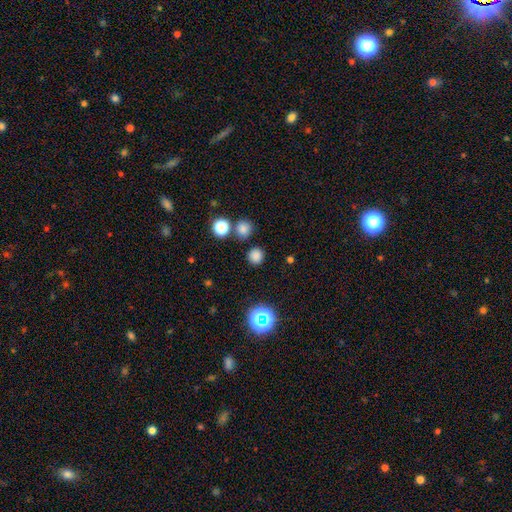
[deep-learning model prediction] This is likely a smooth galaxy (77%). How rounded: clearly round (91%). Merging: clearly none (85%).